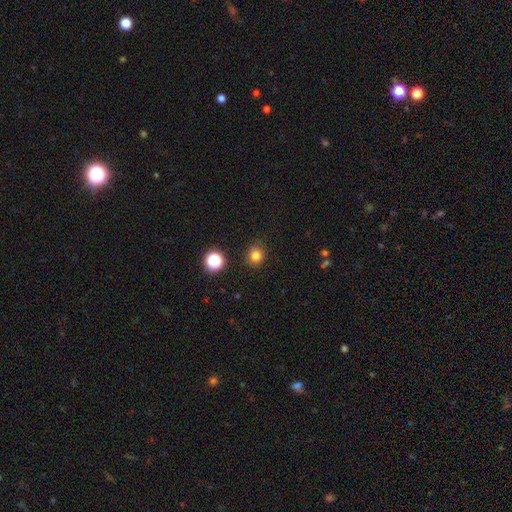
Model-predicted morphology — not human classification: smooth-or-featured: smooth: 79% | star or artifact: 15% | featured or disk: 6%
  how-rounded: round: 82% | in between: 17% | cigar-shaped: 1%
  merging: none: 84% | minor disturbance: 11% | major disturbance: 3% | merger: 2%